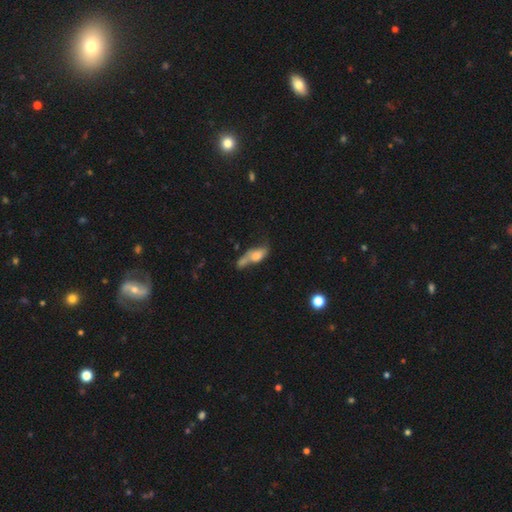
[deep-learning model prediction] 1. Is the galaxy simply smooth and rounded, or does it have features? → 56% smooth, 33% featured or disk, 10% star or artifact.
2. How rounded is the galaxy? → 68% in between, 25% cigar-shaped, 7% round.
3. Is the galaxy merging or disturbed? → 34% merger, 31% none, 21% minor disturbance, 15% major disturbance.